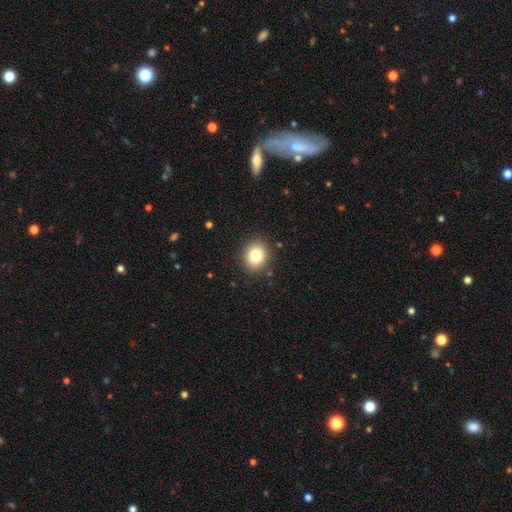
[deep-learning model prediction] Smooth or featured: smooth — 80% (star or artifact — 11%)
How rounded: round — 72% (in between — 27%)
Merging: none — 89% (minor disturbance — 8%)